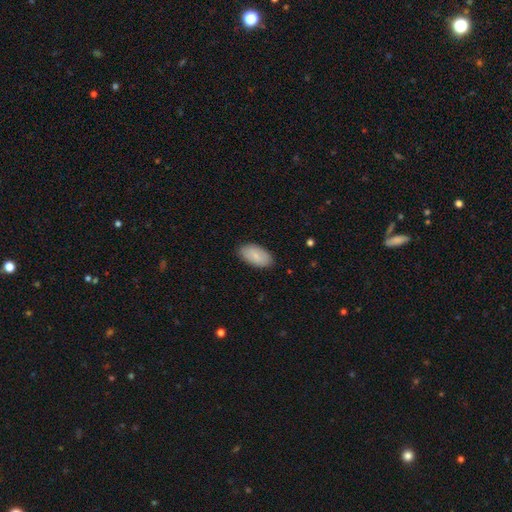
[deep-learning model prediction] A smooth galaxy with no disk features (81%) that is in between round and cigar-shaped (95%). Merging: none (86%).